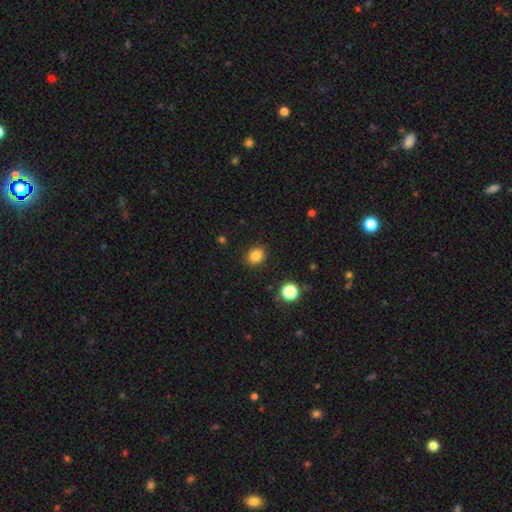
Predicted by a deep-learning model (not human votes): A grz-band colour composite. It shows a smooth galaxy with no disk features (84%) that is round (56%). Merging: none (88%).